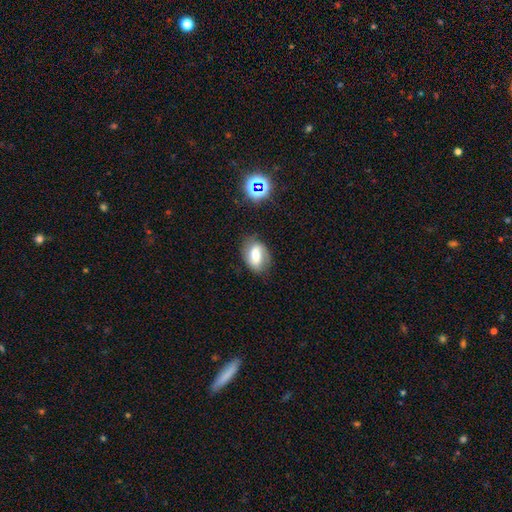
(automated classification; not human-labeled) The model was most divided on "smooth or featured": smooth: 48%, featured or disk: 42%, star or artifact: 11%. More confident: merging — none (73%).